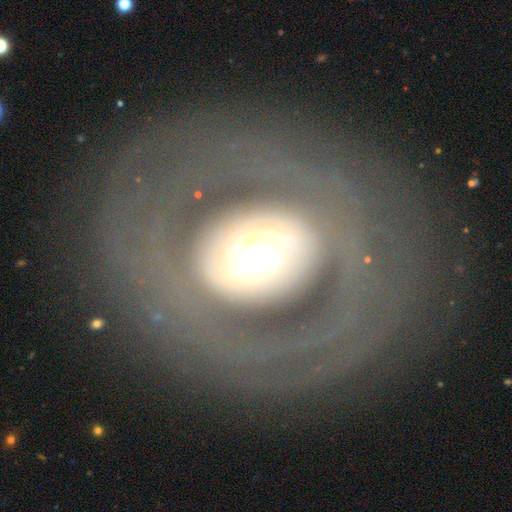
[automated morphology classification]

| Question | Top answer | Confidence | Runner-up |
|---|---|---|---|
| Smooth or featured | featured or disk | 74% | smooth (18%) |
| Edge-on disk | no | 95% | yes (5%) |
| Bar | no | 75% | weak (14%) |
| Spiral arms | yes | 59% | no (41%) |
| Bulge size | moderate | 40% | tied: large (40%) |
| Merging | none | 77% | major disturbance (11%) |